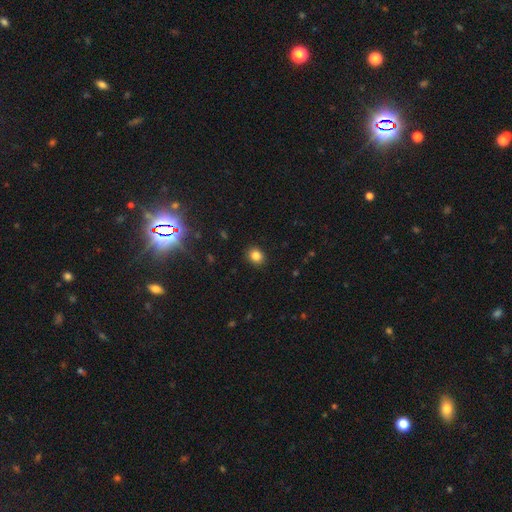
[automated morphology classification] A smooth galaxy with no disk features (84%) that is round (67%).

Vote fractions:
- Smooth or featured? smooth: 84% / star or artifact: 11% / featured or disk: 5%
- How rounded? round: 67% / in between: 32% / cigar-shaped: 1%
- Merging? none: 91% / minor disturbance: 6% / major disturbance: 2% / merger: 1%